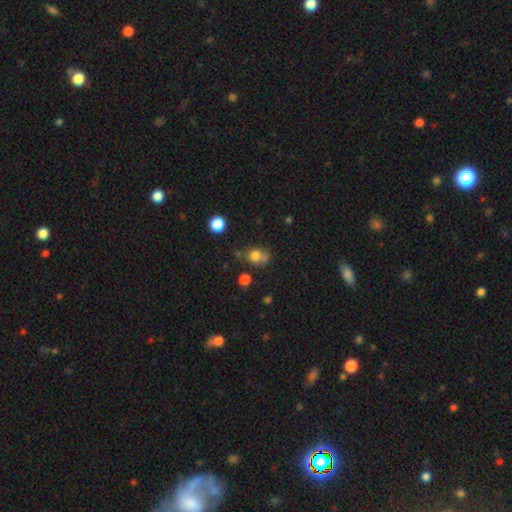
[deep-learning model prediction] The model was most divided on "how rounded": round: 57%, in between: 42%, cigar-shaped: 2%. Remaining: smooth or featured — smooth (75%); merging — none (47%).